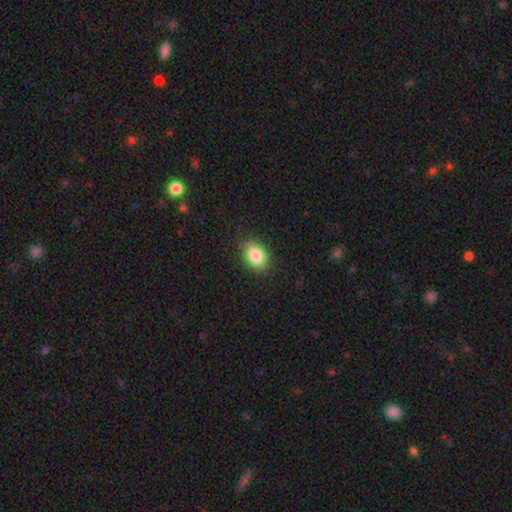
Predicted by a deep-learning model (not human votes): smooth 85%, star or artifact 8%, featured or disk 7%. Down the decision tree: how rounded — in between (76%); merging — none (85%).